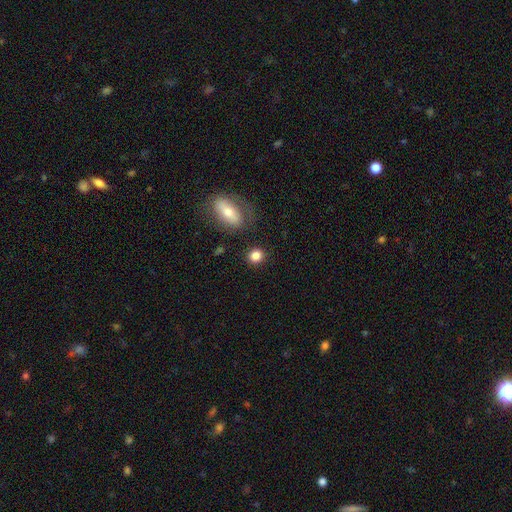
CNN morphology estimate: Smooth or featured? smooth (85%)
How rounded? round (75%)
Merging? none (84%)